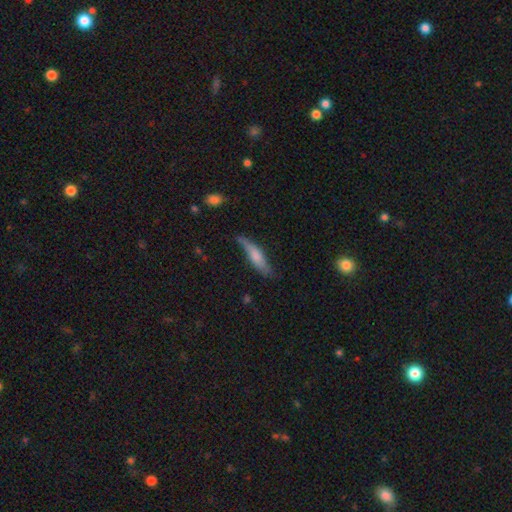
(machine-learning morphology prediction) A smooth galaxy with no disk features (61%) that is cigar-shaped (76%).

Vote fractions:
- Smooth or featured? smooth: 61% / featured or disk: 33% / star or artifact: 6%
- How rounded? cigar-shaped: 76% / in between: 22% / round: 2%
- Merging? none: 61% / minor disturbance: 29% / major disturbance: 7% / merger: 3%